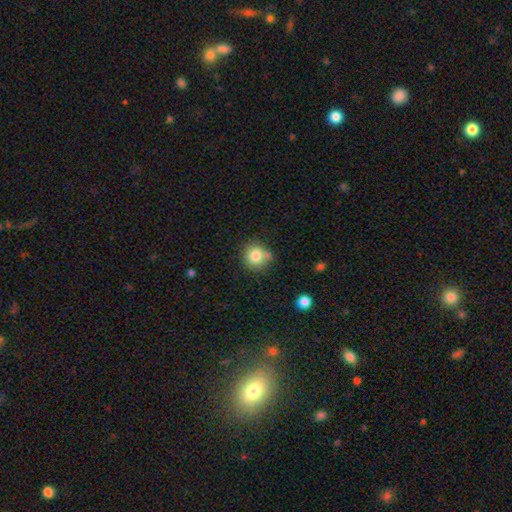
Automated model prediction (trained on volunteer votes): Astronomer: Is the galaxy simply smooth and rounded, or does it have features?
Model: smooth — 81%.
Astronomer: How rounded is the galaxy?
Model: round — 87%.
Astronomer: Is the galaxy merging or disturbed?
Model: none — 67%.